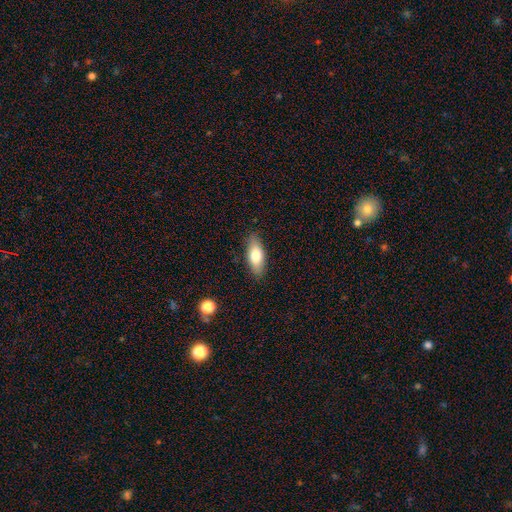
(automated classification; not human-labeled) Q: Smooth or featured?
A: smooth (75%); runner-up: featured or disk (19%)
Q: How rounded?
A: in between (75%); runner-up: cigar-shaped (22%)
Q: Merging?
A: none (85%); runner-up: minor disturbance (11%)